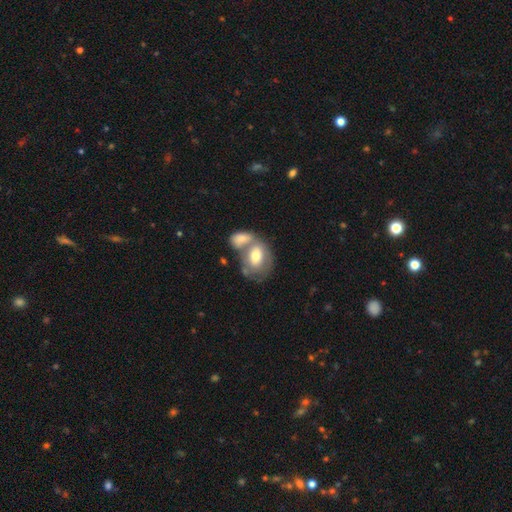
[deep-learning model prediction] smooth-or-featured: smooth: 63% | featured or disk: 31% | star or artifact: 6%
  how-rounded: in between: 74% | round: 24% | cigar-shaped: 2%
  merging: merger: 59% | none: 24% | minor disturbance: 10% | major disturbance: 7%